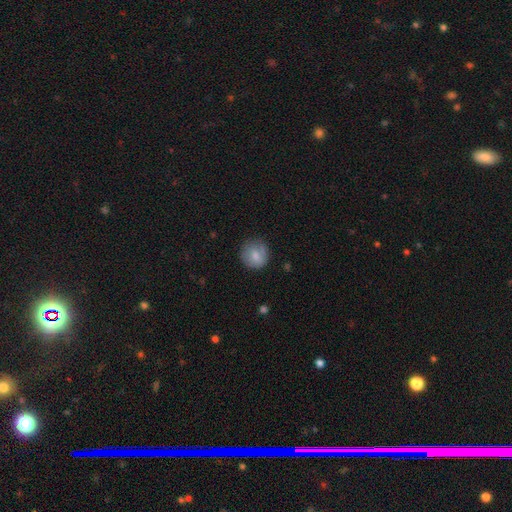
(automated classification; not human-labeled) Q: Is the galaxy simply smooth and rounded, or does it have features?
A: smooth — 73%.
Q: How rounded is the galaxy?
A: round — 86%.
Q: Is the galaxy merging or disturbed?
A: none — 73%.